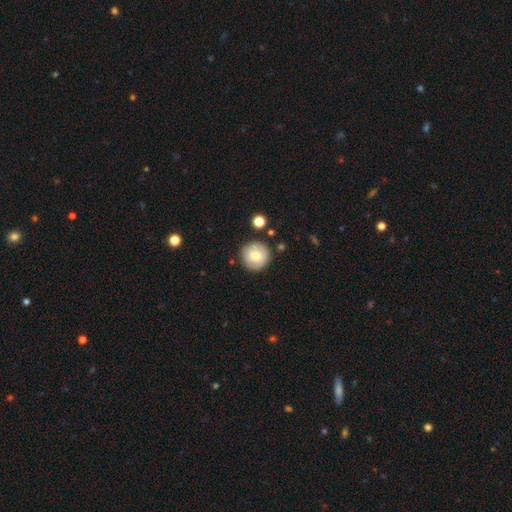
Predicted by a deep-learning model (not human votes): Smooth or featured? Predicted: smooth (p=0.66). How rounded? Predicted: round (p=0.95). Merging? Predicted: none (p=0.85).